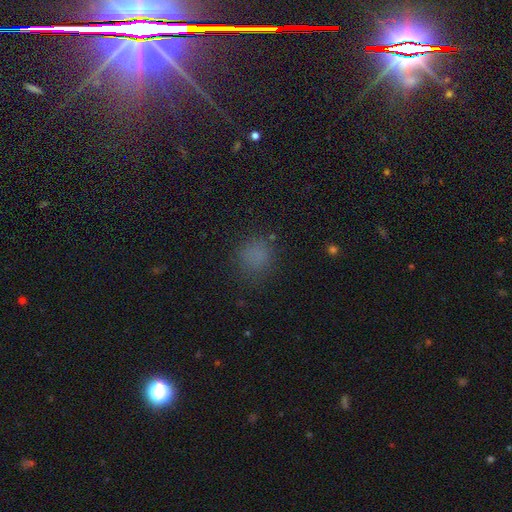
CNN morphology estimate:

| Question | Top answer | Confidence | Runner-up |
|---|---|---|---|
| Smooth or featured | smooth | 74% | star or artifact (21%) |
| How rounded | round | 84% | in between (14%) |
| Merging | none | 81% | minor disturbance (12%) |